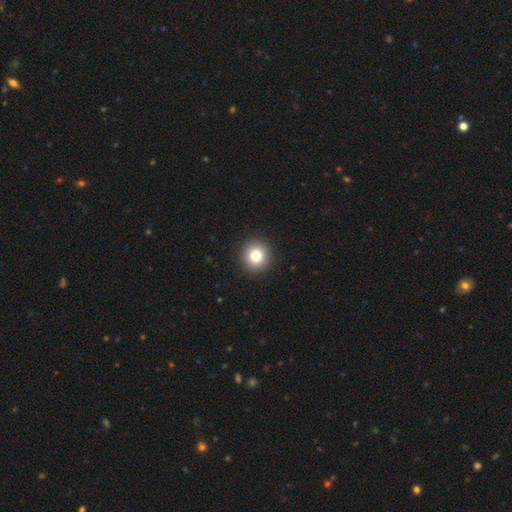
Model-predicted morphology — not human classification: A smooth galaxy with no disk features (81%) that is round (93%).

Vote fractions:
- Smooth or featured? smooth: 81% / star or artifact: 11% / featured or disk: 8%
- How rounded? round: 93% / in between: 6% / cigar-shaped: 1%
- Merging? none: 93% / minor disturbance: 4% / major disturbance: 2% / merger: 1%